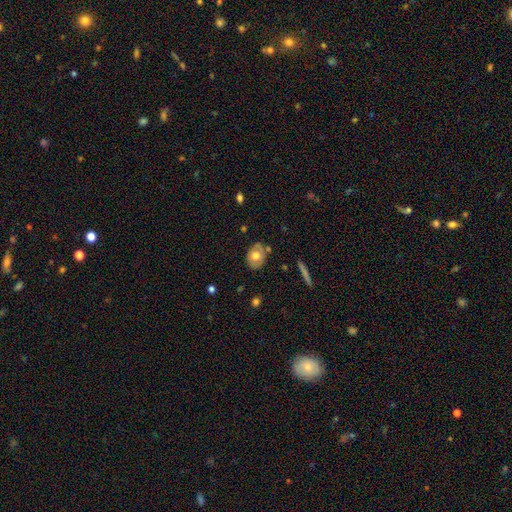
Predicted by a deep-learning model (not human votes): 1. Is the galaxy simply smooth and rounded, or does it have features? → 57% smooth, 36% featured or disk, 7% star or artifact.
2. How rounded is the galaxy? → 66% in between, 33% round, 1% cigar-shaped.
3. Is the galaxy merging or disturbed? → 77% none, 16% minor disturbance, 3% major disturbance, 3% merger.